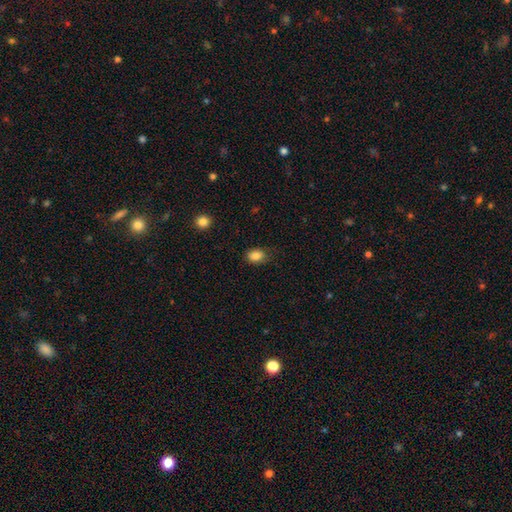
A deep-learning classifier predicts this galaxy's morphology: Overall: smooth (86%). How rounded: in between (71%). Merging: none (75%).